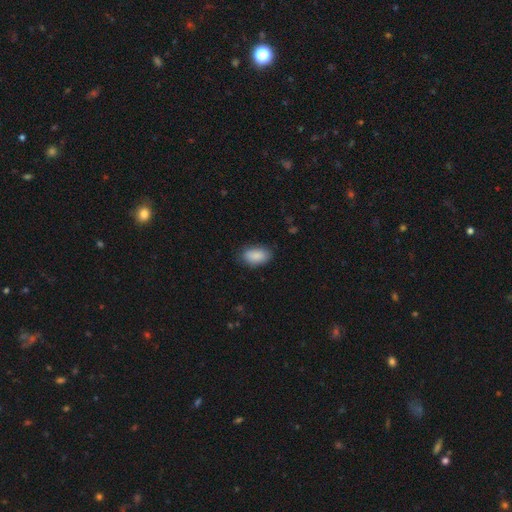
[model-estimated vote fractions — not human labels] Smooth or featured?
  - smooth: 88% *
  - star or artifact: 7%
  - featured or disk: 5%
How rounded?
  - in between: 92% *
  - round: 6%
  - cigar-shaped: 2%
Merging?
  - none: 81% *
  - minor disturbance: 15%
  - major disturbance: 3%
  - merger: 1%